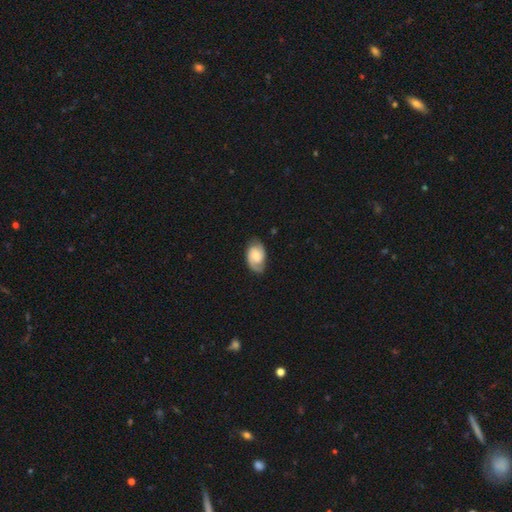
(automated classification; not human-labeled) smooth_or_featured: featured or disk (p=0.72) [alt: smooth p=0.22]
disk_edge_on: no (p=0.97) [alt: yes p=0.03]
bar: no (p=0.56) [alt: weak p=0.36]
has_spiral_arms: yes (p=0.95) [alt: no p=0.05]
spiral_winding: medium (p=0.43) [tied with: tight p=0.43]
spiral_arm_count: 2 (p=0.86) [alt: can't tell p=0.06]
bulge_size: moderate (p=0.42) [alt: small p=0.41]
merging: none (p=0.78) [alt: minor disturbance p=0.16]